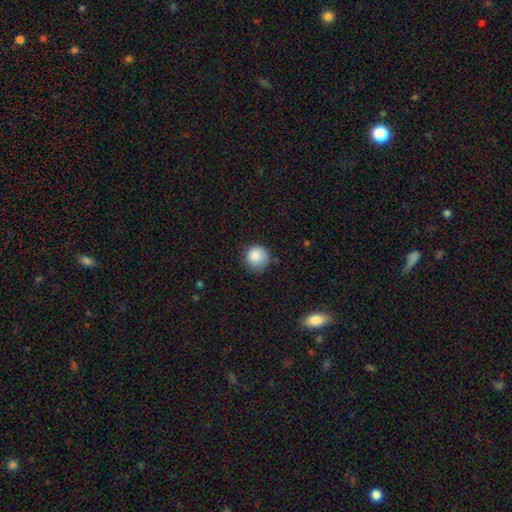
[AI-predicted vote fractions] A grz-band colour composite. It shows a smooth galaxy with no disk features (86%) that is round (92%). Merging: none (72%).